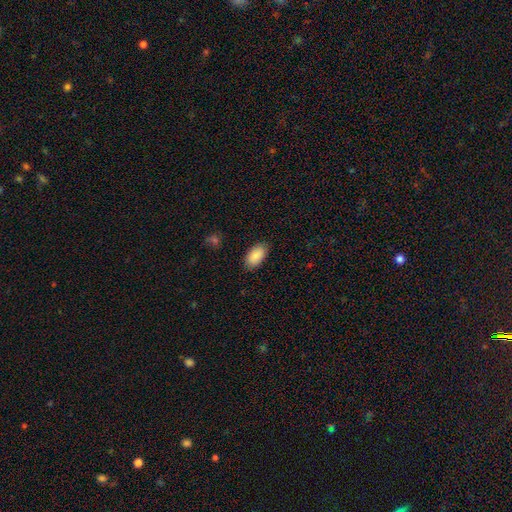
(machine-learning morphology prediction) A smooth galaxy with no disk features (90%) that is in between round and cigar-shaped (95%). Merging: none (87%).